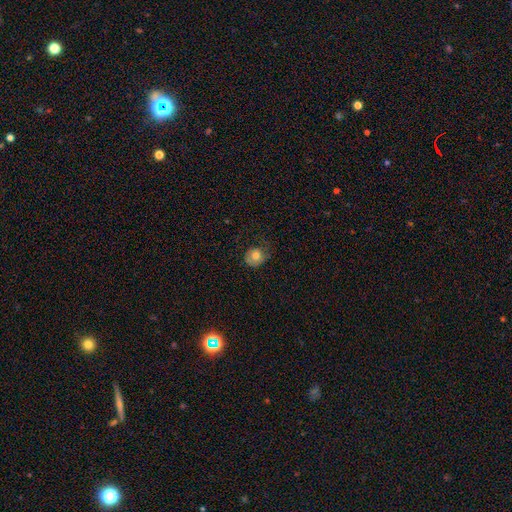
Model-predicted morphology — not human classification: Smooth or featured?
  - smooth: 75% *
  - featured or disk: 16%
  - star or artifact: 9%
How rounded?
  - round: 75% *
  - in between: 24%
  - cigar-shaped: 1%
Merging?
  - none: 56% *
  - minor disturbance: 27%
  - major disturbance: 15%
  - merger: 1%